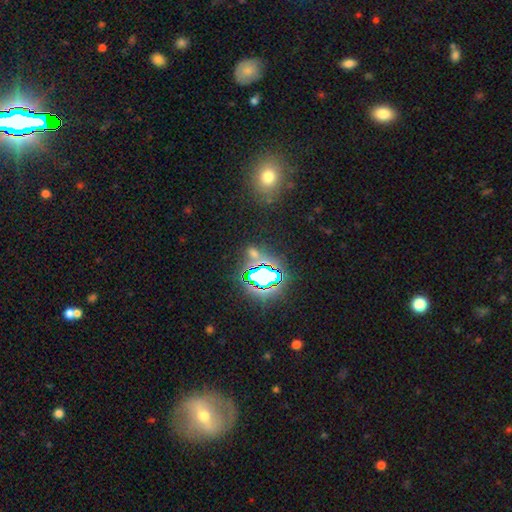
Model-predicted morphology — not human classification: This appears to be a star or artifact, not a galaxy (62%).